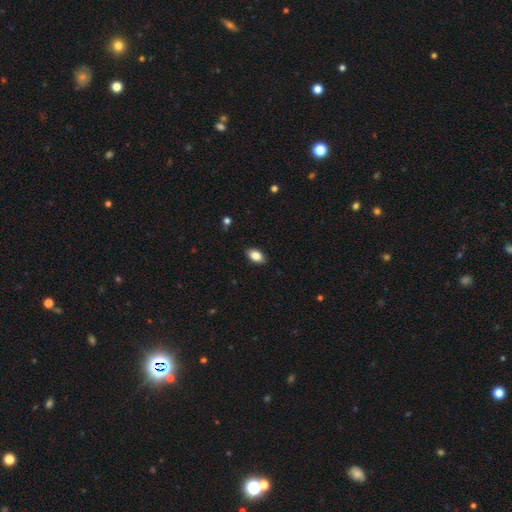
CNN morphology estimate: Overall: smooth (85%). How rounded: in between (91%). Merging: none (88%).